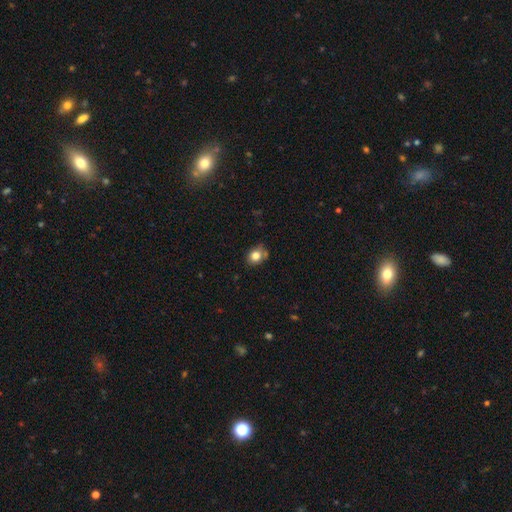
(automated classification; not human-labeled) Smooth or featured?
  - smooth: 80% *
  - star or artifact: 10%
  - featured or disk: 10%
How rounded?
  - round: 55% *
  - in between: 44%
  - cigar-shaped: 1%
Merging?
  - none: 67% *
  - minor disturbance: 24%
  - major disturbance: 5%
  - merger: 4%